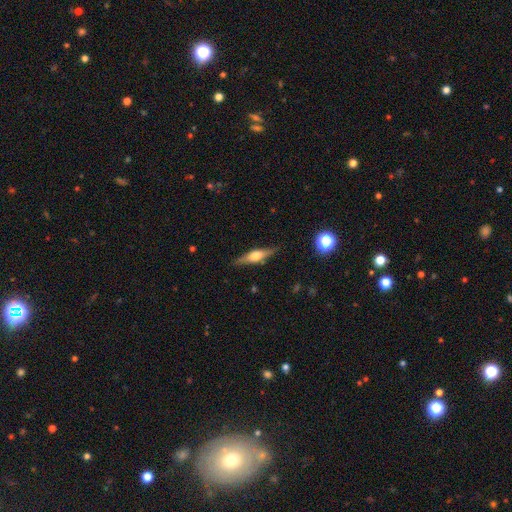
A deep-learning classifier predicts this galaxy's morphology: smooth_or_featured: featured or disk (p=0.60) [alt: smooth p=0.33]
disk_edge_on: yes (p=0.94) [alt: no p=0.06]
edge_on_bulge: rounded (p=0.88) [alt: boxy p=0.09]
merging: none (p=0.86) [alt: minor disturbance p=0.11]